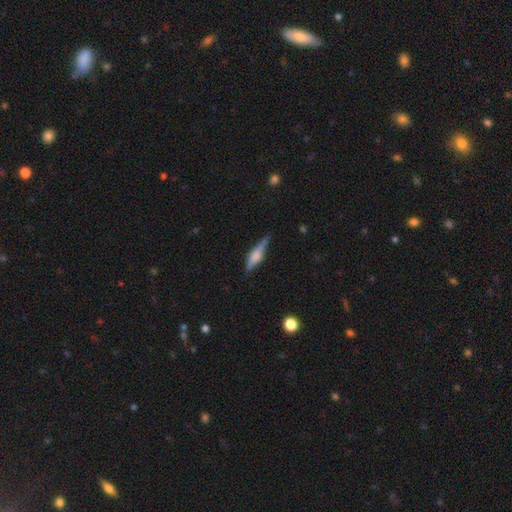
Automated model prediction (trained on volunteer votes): Smooth or featured? Predicted: featured or disk (p=0.58). Edge-on disk? Predicted: yes (p=0.96). Edge-on bulge? Predicted: rounded (p=0.69). Merging? Predicted: none (p=0.77).